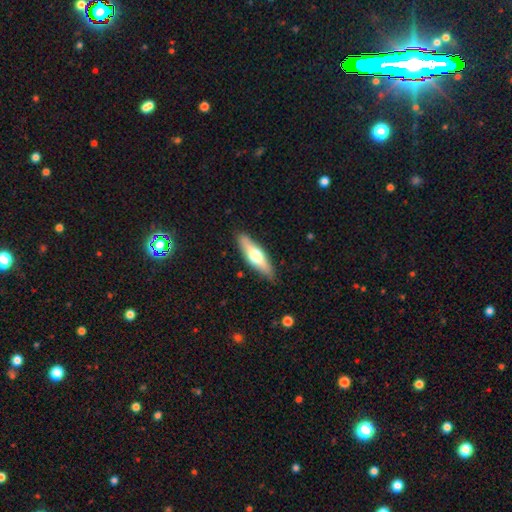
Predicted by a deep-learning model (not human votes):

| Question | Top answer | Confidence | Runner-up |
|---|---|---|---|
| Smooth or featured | smooth | 52% | featured or disk (42%) |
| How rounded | cigar-shaped | 58% | in between (40%) |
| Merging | none | 86% | minor disturbance (10%) |